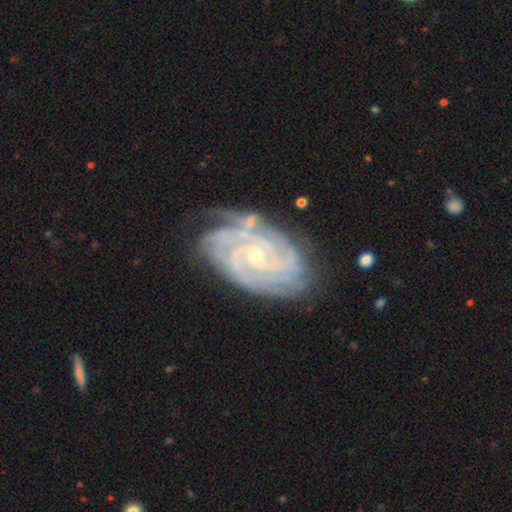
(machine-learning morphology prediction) A featured or disk galaxy (90%) with no bar (59%), 4 (27%) tight (82%) spiral arms (98%) and a small central bulge (76%).

Vote fractions:
- Smooth or featured? featured or disk: 90% / star or artifact: 5% / smooth: 4%
- Edge-on disk? no: 97% / yes: 3%
- Bar? no: 59% / weak: 30% / strong: 11%
- Spiral arms? yes: 98% / no: 2%
- Spiral winding? tight: 82% / medium: 16% / loose: 2%
- Spiral arm count? 4: 27% / 3: 20% / can't tell: 19% / 2: 16% / more than 4: 12% / 1: 6%
- Bulge size? small: 76% / moderate: 21% / none: 2% / large: 1% / dominant: 1%
- Merging? none: 71% / minor disturbance: 20% / major disturbance: 6% / merger: 3%